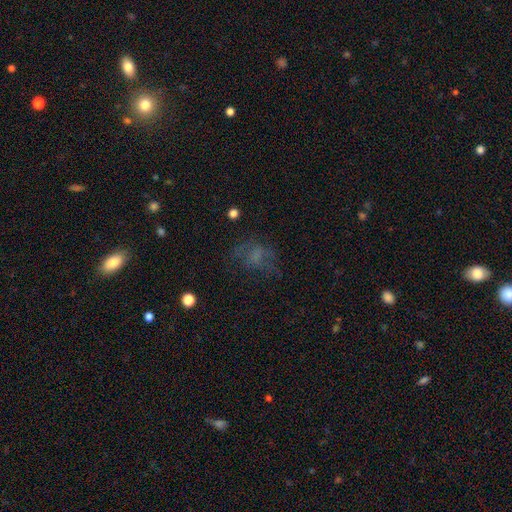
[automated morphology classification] The model was most divided on "smooth or featured": smooth: 44%, featured or disk: 32%, star or artifact: 24%. Remaining: merging — none (49%).